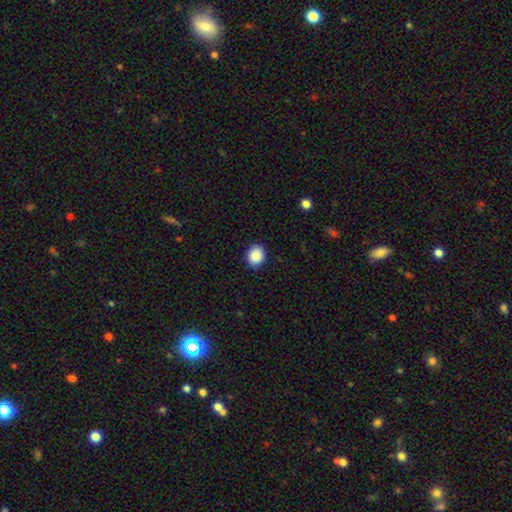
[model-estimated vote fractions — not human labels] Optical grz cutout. It shows a smooth galaxy with no disk features (89%) that is round (66%). Merging: none (89%).